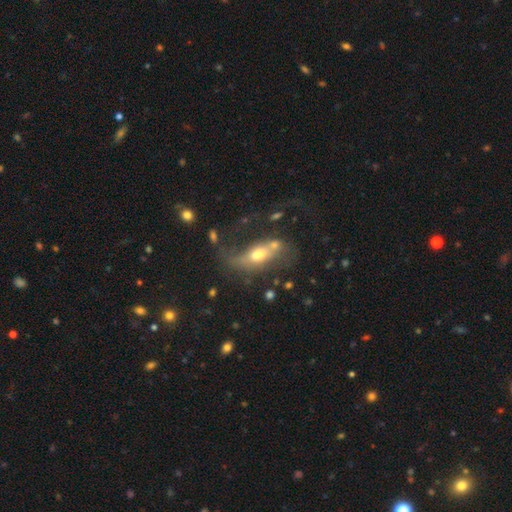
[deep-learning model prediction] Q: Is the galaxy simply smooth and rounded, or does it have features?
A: featured or disk — 60%.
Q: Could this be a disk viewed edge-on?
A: no — 71%.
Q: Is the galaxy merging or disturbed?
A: none — 35%.